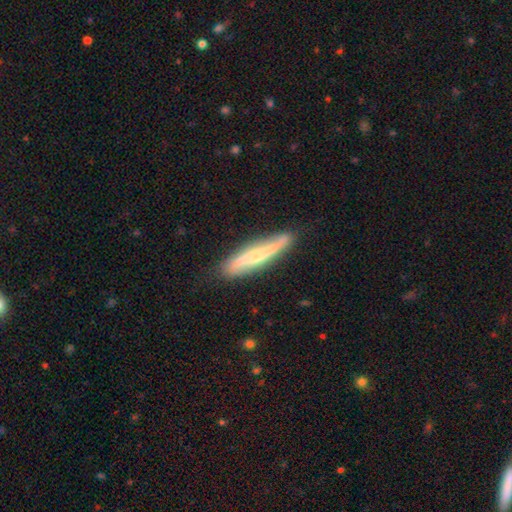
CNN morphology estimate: Smooth or featured? Predicted: featured or disk (p=0.62). Edge-on disk? Predicted: yes (p=0.58). Merging? Predicted: none (p=0.78).